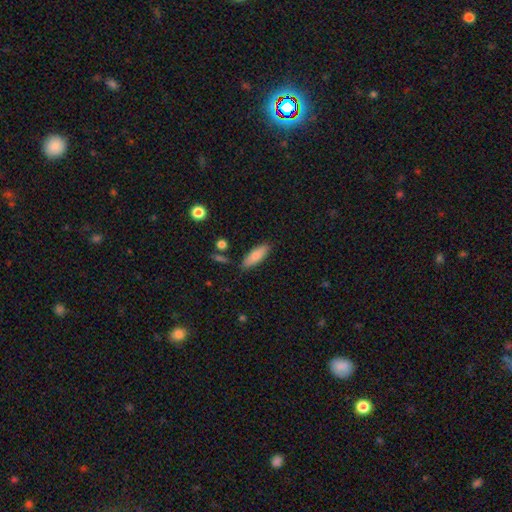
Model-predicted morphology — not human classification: smooth 83%, featured or disk 11%, star or artifact 6%. Down the decision tree: how rounded — in between (61%); merging — none (85%).